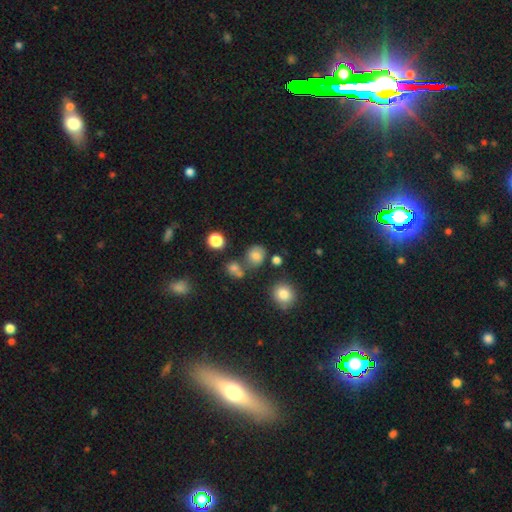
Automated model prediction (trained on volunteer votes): Smooth or featured?
  - smooth: 75% *
  - star or artifact: 15%
  - featured or disk: 10%
How rounded?
  - round: 69% *
  - in between: 30%
  - cigar-shaped: 1%
Merging?
  - none: 65% *
  - minor disturbance: 16%
  - merger: 14%
  - major disturbance: 6%